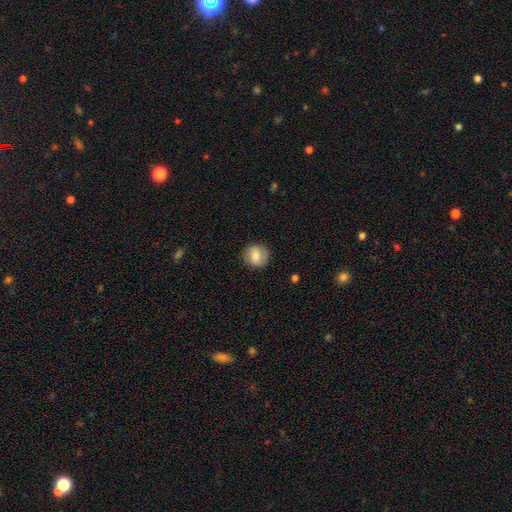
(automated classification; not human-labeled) Smooth or featured? Predicted: smooth (p=0.77). How rounded? Predicted: round (p=0.86). Merging? Predicted: none (p=0.86).